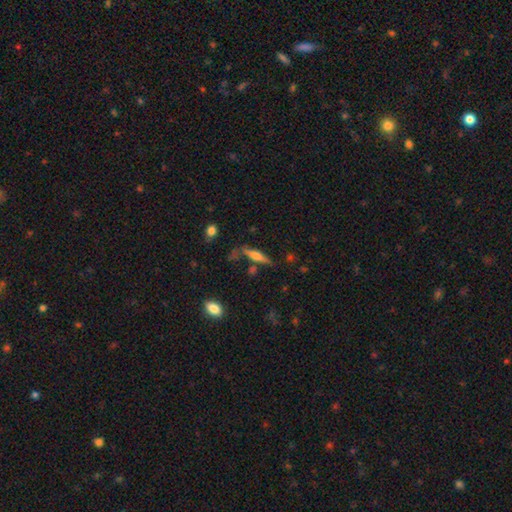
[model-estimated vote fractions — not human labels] Smooth or featured? Predicted: featured or disk (p=0.49). Merging? Predicted: none (p=0.65).